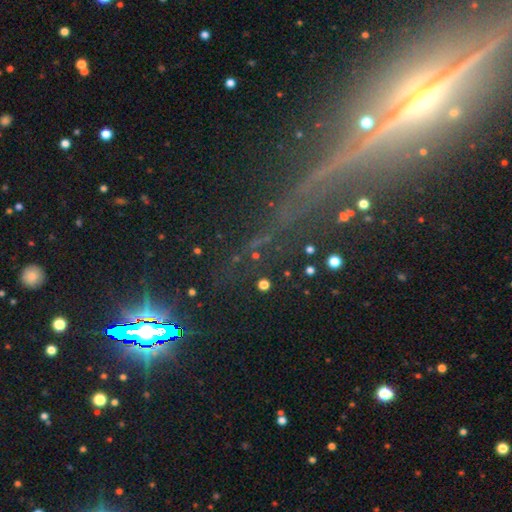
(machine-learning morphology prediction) The model was most divided on "smooth or featured": star or artifact: 63%, smooth: 23%, featured or disk: 14%.